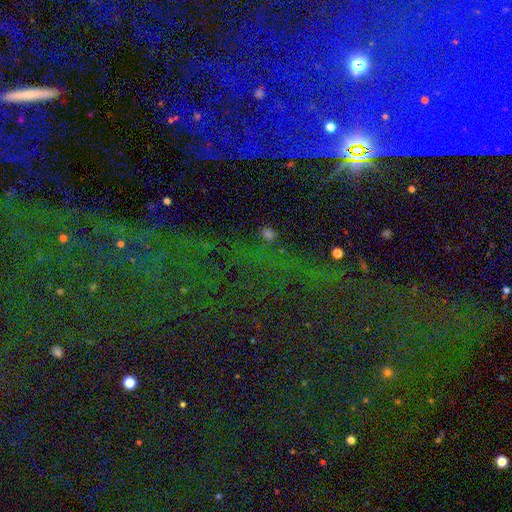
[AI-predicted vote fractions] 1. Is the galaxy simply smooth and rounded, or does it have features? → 79% star or artifact, 11% featured or disk, 10% smooth.